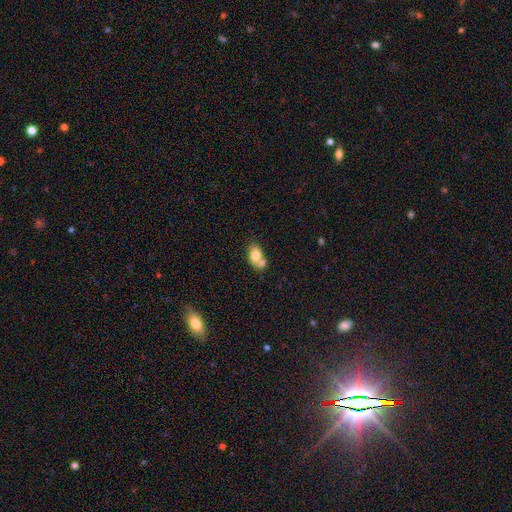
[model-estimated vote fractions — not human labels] smooth_or_featured: smooth (p=0.75) [alt: featured or disk p=0.17]
how_rounded: in between (p=0.80) [alt: round p=0.19]
merging: merger (p=0.54) [alt: none p=0.30]